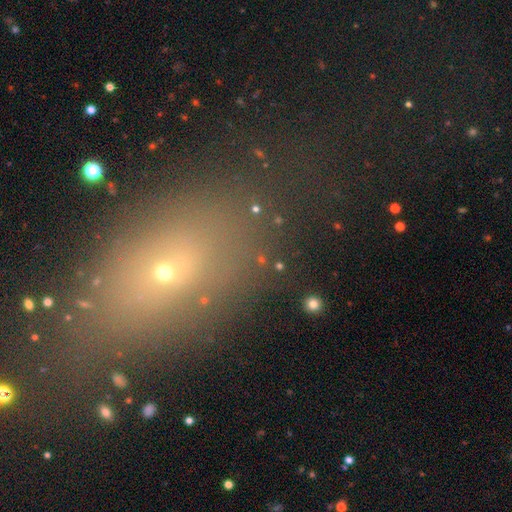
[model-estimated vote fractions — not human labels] This is possibly a smooth galaxy (52%). How rounded: likely in between (71%). Merging: likely none (68%).